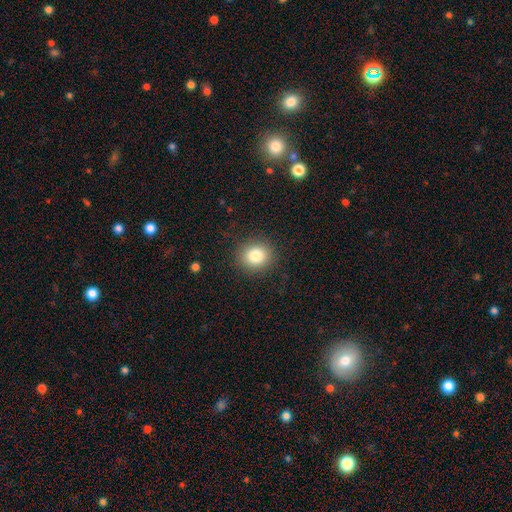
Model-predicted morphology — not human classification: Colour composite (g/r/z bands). It shows a smooth galaxy with no disk features (82%) that is round (81%). Merging: none (89%).